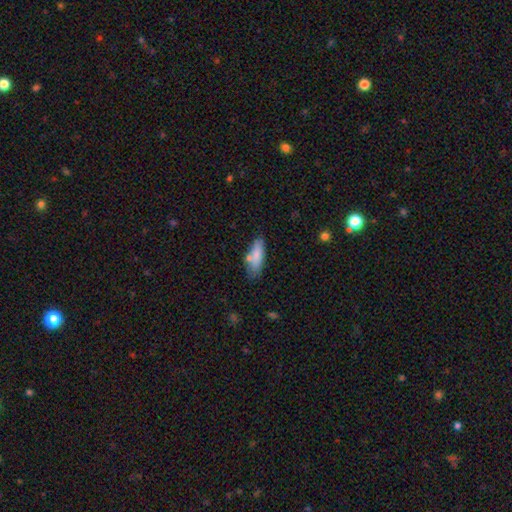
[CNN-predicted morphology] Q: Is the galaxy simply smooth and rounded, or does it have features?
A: smooth — 80%.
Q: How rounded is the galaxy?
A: in between — 62%.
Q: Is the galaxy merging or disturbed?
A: none — 64%.